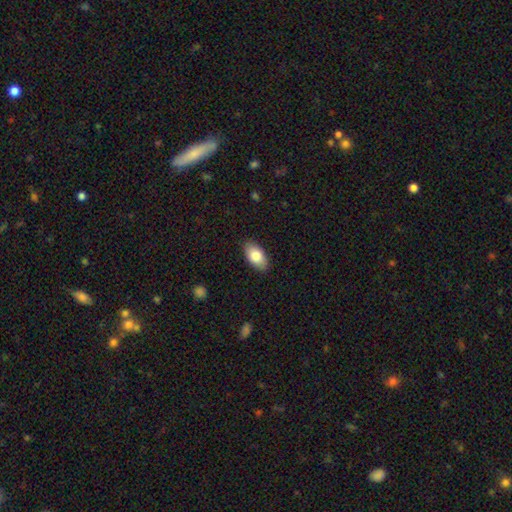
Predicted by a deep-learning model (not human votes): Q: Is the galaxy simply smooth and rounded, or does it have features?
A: smooth — 82%.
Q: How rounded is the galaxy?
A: in between — 94%.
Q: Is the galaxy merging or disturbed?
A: none — 88%.